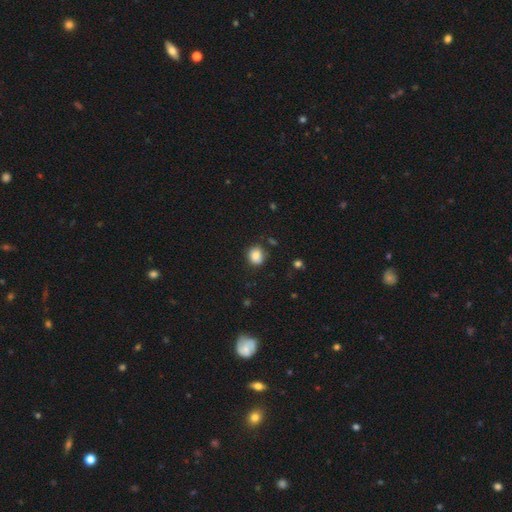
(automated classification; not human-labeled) smooth_or_featured: smooth (p=0.84) [alt: star or artifact p=0.10]
how_rounded: round (p=0.73) [alt: in between p=0.26]
merging: none (p=0.81) [alt: minor disturbance p=0.14]